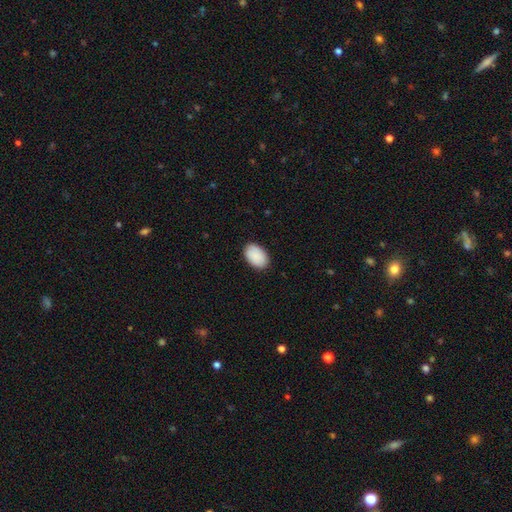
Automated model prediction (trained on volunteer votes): Smooth or featured? Predicted: smooth (p=0.91). How rounded? Predicted: in between (p=0.92). Merging? Predicted: none (p=0.88).